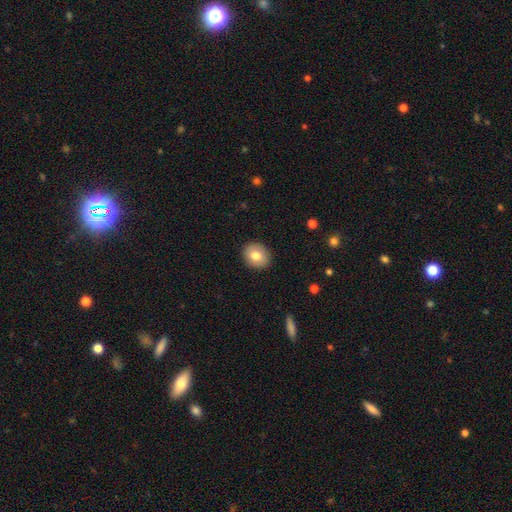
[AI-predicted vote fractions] Overall: smooth (78%). How rounded: round (61%; in between 38%). Merging: none (90%).